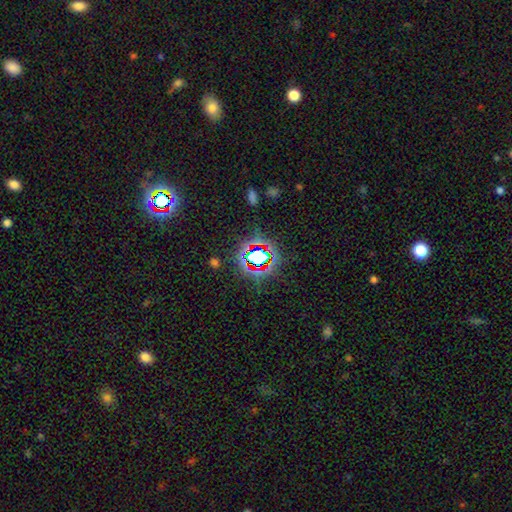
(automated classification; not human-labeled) A star or artifact, not a galaxy (72%).